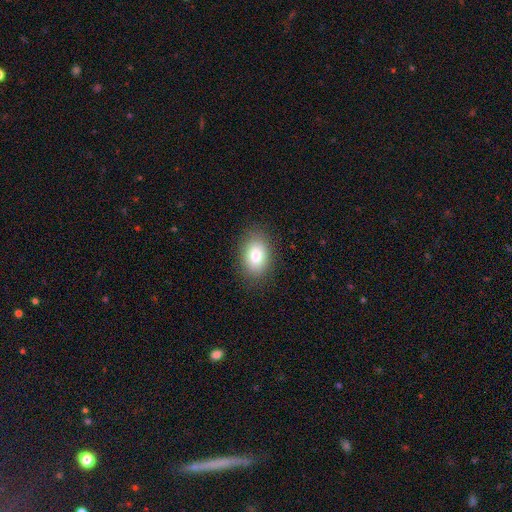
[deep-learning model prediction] This is clearly a smooth galaxy (82%). How rounded: clearly in between (83%). Merging: clearly none (86%).